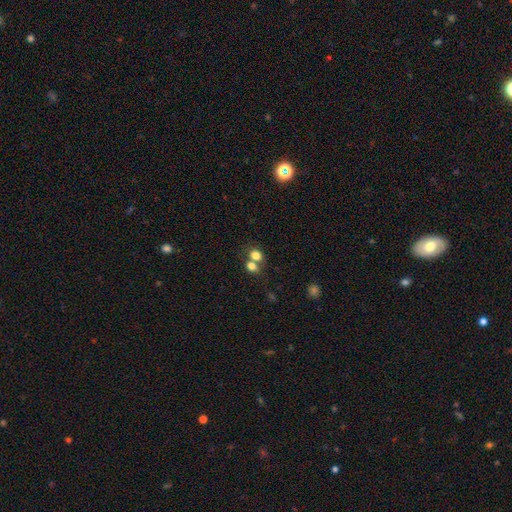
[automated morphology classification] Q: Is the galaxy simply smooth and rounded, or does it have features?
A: smooth — 78%.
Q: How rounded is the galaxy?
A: round — 51%.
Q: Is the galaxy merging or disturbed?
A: merger — 50%.